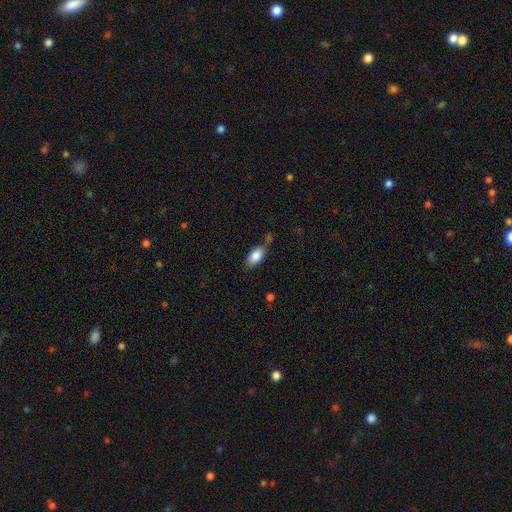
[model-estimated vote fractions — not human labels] This is clearly a smooth galaxy (83%). How rounded: clearly in between (90%). Merging: possibly none (59%).